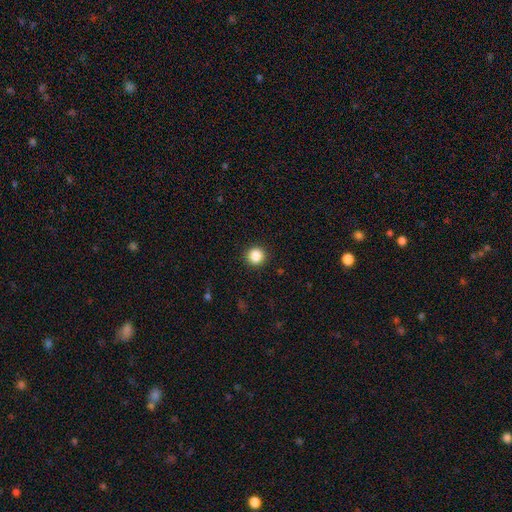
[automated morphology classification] Overall: smooth (86%). How rounded: round (93%). Merging: none (92%).